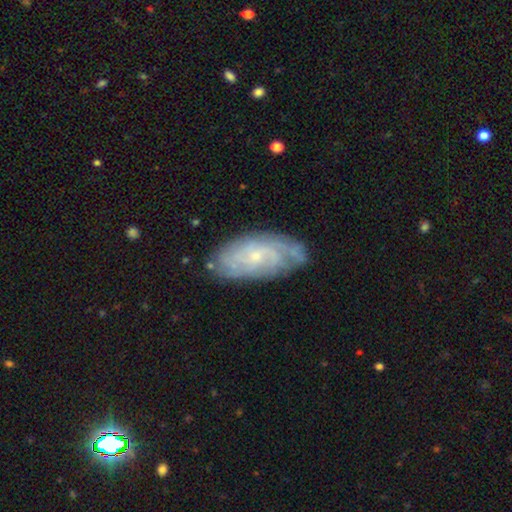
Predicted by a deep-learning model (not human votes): Smooth or featured?
  - featured or disk: 76% *
  - smooth: 17%
  - star or artifact: 7%
Edge-on disk?
  - no: 93% *
  - yes: 7%
Bar?
  - no: 71% *
  - weak: 25%
  - strong: 4%
Spiral arms?
  - yes: 91% *
  - no: 9%
Spiral winding?
  - tight: 67% *
  - medium: 25%
  - loose: 8%
Spiral arm count?
  - can't tell: 50% *
  - 4: 14%
  - 2: 13%
  - 3: 12%
  - more than 4: 7%
  - 1: 5%
Bulge size?
  - small: 77% *
  - moderate: 19%
  - none: 3%
  - large: 1%
  - dominant: 1%
Merging?
  - none: 74% *
  - minor disturbance: 19%
  - major disturbance: 5%
  - merger: 2%